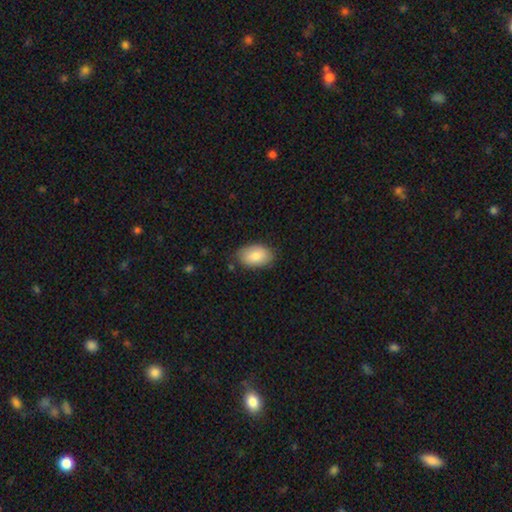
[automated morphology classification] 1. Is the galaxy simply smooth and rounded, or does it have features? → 82% smooth, 11% featured or disk, 6% star or artifact.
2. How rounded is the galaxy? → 90% in between, 8% round, 1% cigar-shaped.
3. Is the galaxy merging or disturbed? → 80% none, 16% minor disturbance, 3% major disturbance, 1% merger.